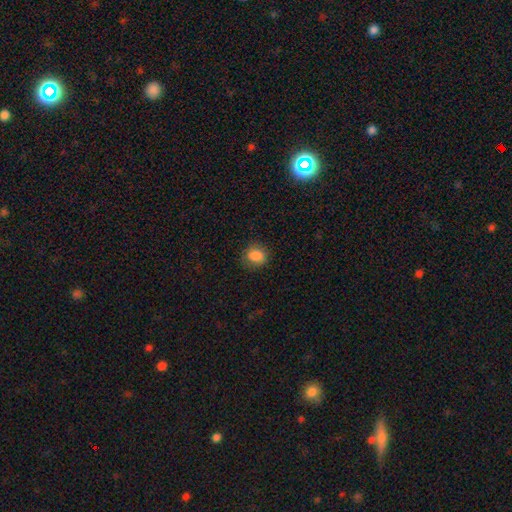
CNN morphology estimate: Q: Smooth or featured?
A: smooth (86%); runner-up: star or artifact (9%)
Q: How rounded?
A: round (62%); runner-up: in between (37%)
Q: Merging?
A: none (80%); runner-up: minor disturbance (15%)